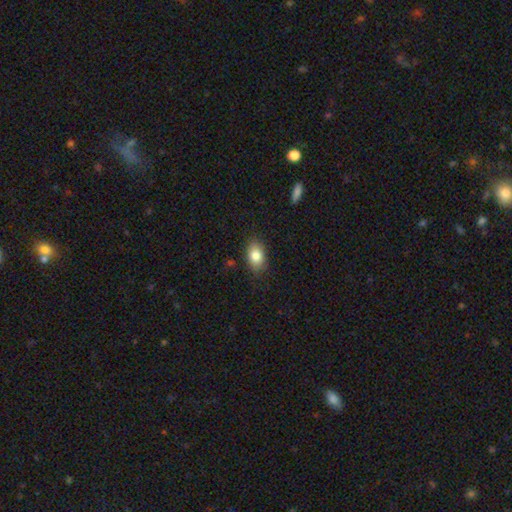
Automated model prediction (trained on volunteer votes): Morphology: type=smooth (82%); roundness=in between (86%); merging=none (84%).